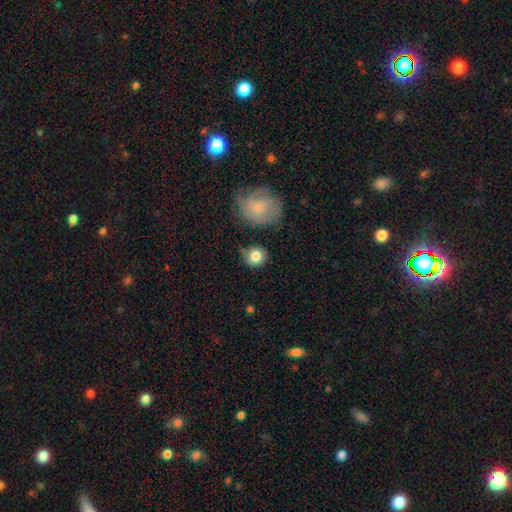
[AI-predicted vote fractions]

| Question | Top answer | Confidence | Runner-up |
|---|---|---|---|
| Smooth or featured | smooth | 81% | featured or disk (11%) |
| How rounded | round | 81% | in between (18%) |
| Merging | none | 72% | minor disturbance (17%) |